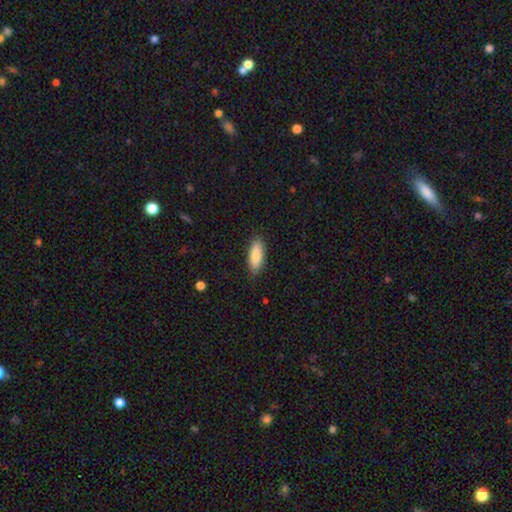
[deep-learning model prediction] smooth-or-featured: smooth: 84% | featured or disk: 10% | star or artifact: 6%
  how-rounded: in between: 68% | cigar-shaped: 31% | round: 2%
  merging: none: 87% | minor disturbance: 10% | major disturbance: 2% | merger: 1%